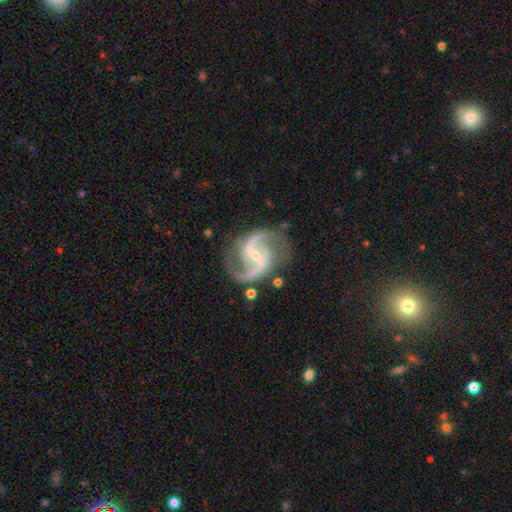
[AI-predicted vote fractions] Smooth or featured: featured or disk — 93% (star or artifact — 5%)
Edge-on disk: no — 98% (yes — 2%)
Bar: strong — 43% (weak — 41%)
Spiral arms: yes — 98% (no — 2%)
Spiral winding: medium — 57% (loose — 31%)
Spiral arm count: 2 — 92% (3 — 2%)
Bulge size: small — 71% (moderate — 22%)
Merging: none — 74% (minor disturbance — 16%)